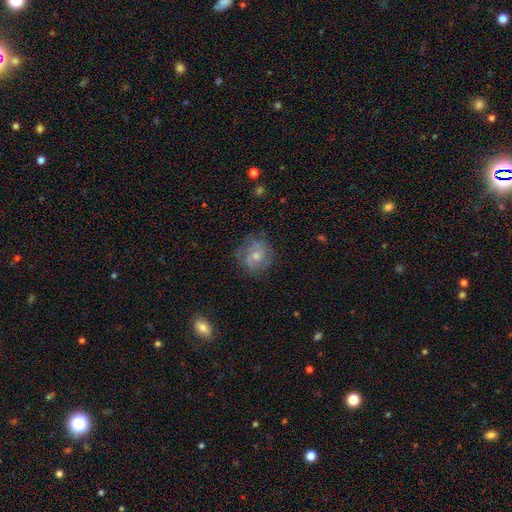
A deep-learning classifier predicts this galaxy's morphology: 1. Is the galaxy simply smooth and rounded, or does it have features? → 60% featured or disk, 27% smooth, 12% star or artifact.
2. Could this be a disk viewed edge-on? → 97% no, 3% yes.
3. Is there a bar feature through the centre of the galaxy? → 65% no, 30% weak, 5% strong.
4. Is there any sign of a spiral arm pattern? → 83% yes, 17% no.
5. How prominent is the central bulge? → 49% moderate, 45% small, 3% none, 2% large, 1% dominant.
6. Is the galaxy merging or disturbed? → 75% none, 16% minor disturbance, 7% major disturbance, 1% merger.